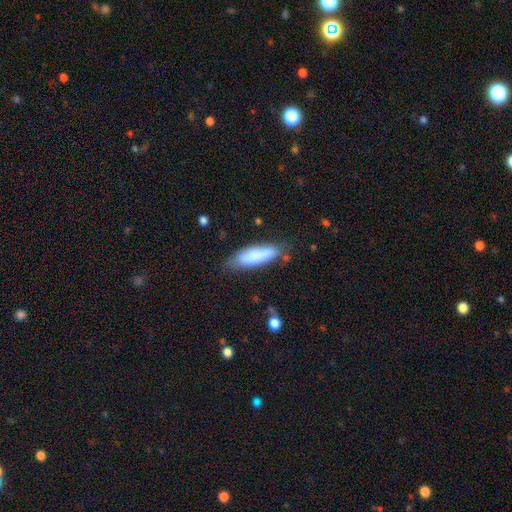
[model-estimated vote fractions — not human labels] Overall: smooth (81%). How rounded: in between (51%; cigar-shaped 47%). Merging: none (69%).